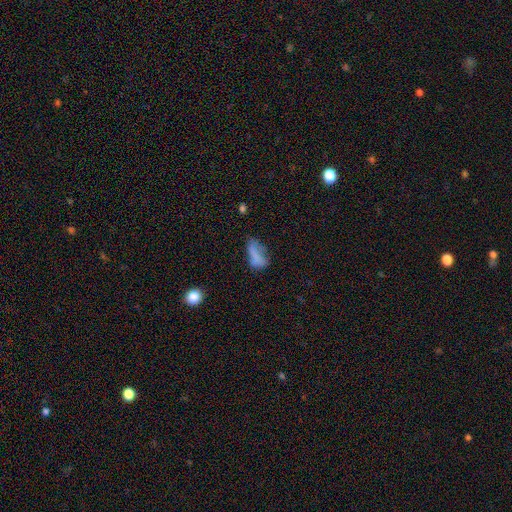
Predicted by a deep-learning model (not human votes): smooth_or_featured: smooth (p=0.72) [alt: featured or disk p=0.17]
how_rounded: in between (p=0.78) [alt: cigar-shaped p=0.18]
merging: none (p=0.35) [alt: minor disturbance p=0.32]